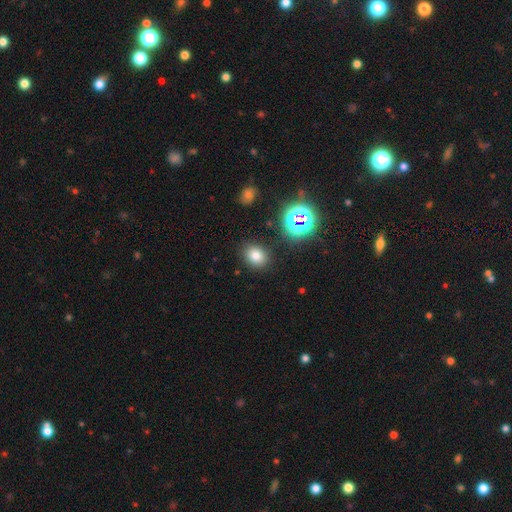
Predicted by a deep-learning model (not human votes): A smooth galaxy with no disk features (73%) that is in between round and cigar-shaped (51%). Merging: none (85%).